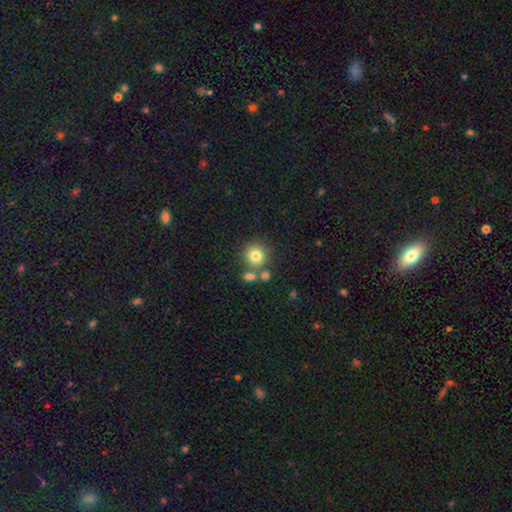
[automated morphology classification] type=smooth (79%); roundness=round (90%); merging=none (68%).